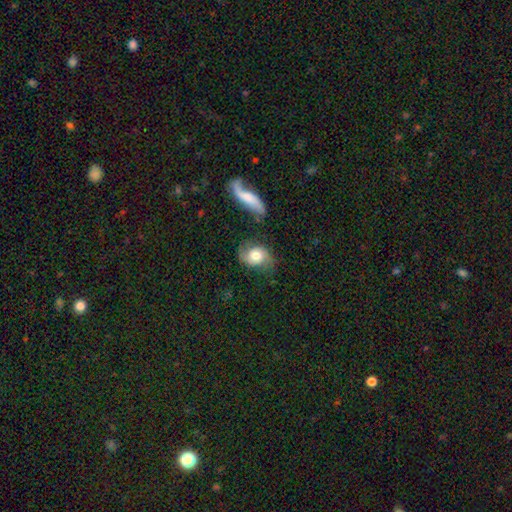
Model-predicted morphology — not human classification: A featured or disk galaxy (58%) with no bar (68%), spiral arms (88%) and a moderate central bulge (60%). Merging: none (61%).